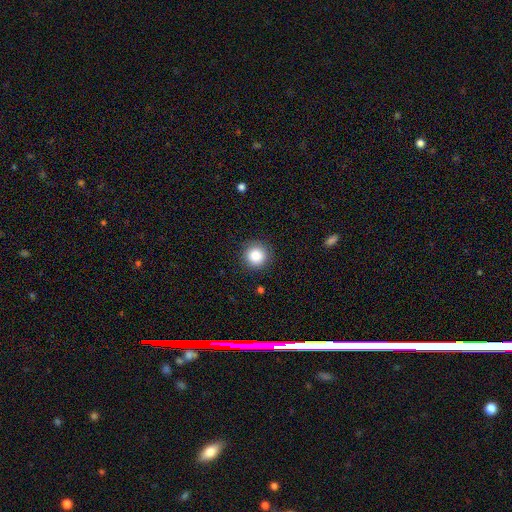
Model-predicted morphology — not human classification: A smooth galaxy with no disk features (86%) that is round (95%). Merging: none (89%).